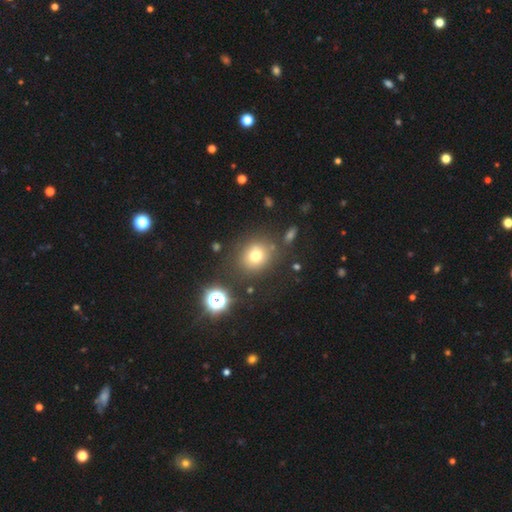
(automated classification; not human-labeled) A smooth galaxy with no disk features (74%) that is round (78%). Merging: none (79%).